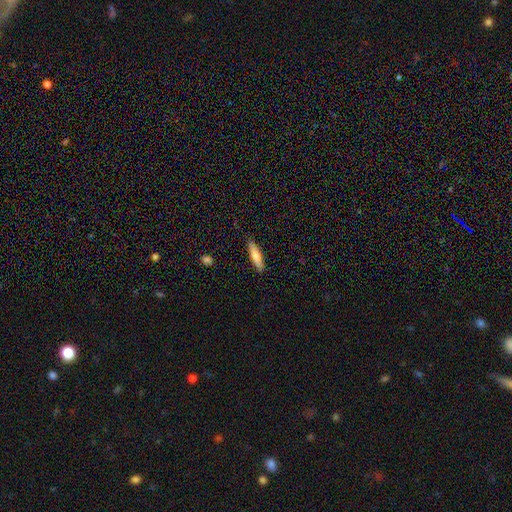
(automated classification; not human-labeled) A smooth galaxy with no disk features (70%) that is cigar-shaped (78%). Merging: none (88%).